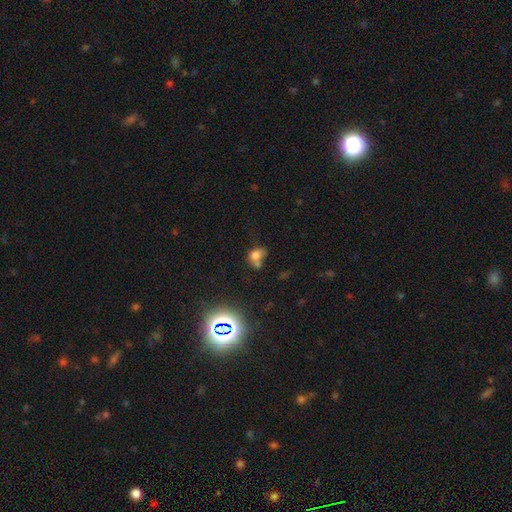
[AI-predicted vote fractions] Morphology: type=smooth (67%); roundness=in between (55%); merging=merger (41%).